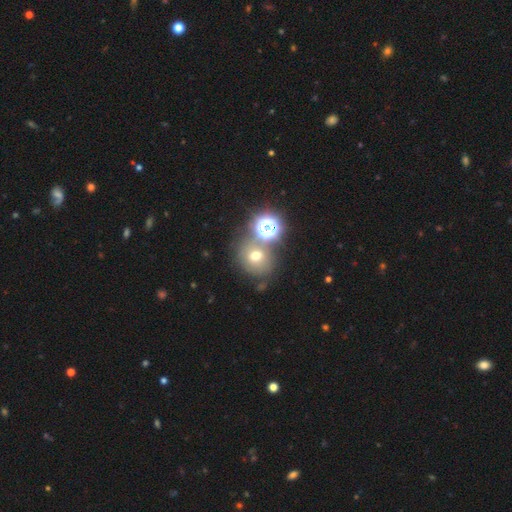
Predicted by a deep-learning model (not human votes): A smooth galaxy with no disk features (59%) that is round (79%). Merging: none (61%).